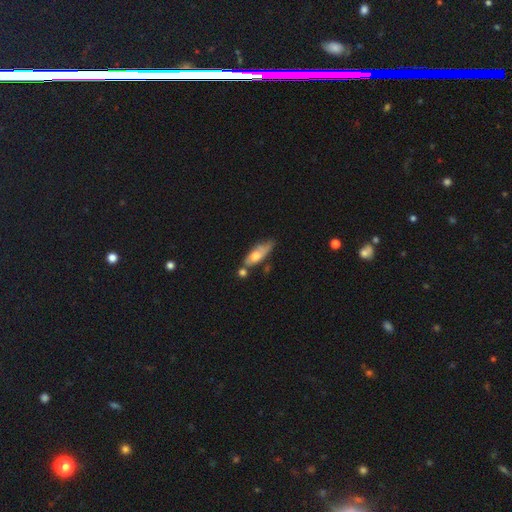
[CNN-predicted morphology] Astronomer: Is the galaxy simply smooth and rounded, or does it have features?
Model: smooth — 58% (runner-up: featured or disk, 35%).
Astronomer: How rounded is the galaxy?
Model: in between — 55% (runner-up: cigar-shaped, 42%).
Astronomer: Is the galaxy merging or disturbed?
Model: none — 44% (runner-up: minor disturbance, 27%).